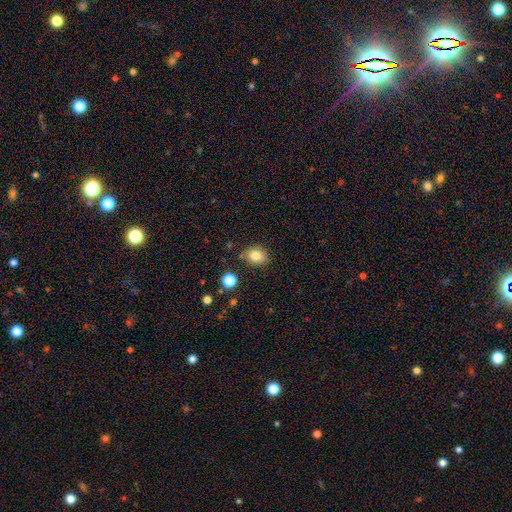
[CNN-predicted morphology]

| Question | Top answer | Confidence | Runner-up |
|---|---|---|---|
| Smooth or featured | smooth | 83% | star or artifact (11%) |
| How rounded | round | 56% | in between (43%) |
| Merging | none | 79% | minor disturbance (14%) |